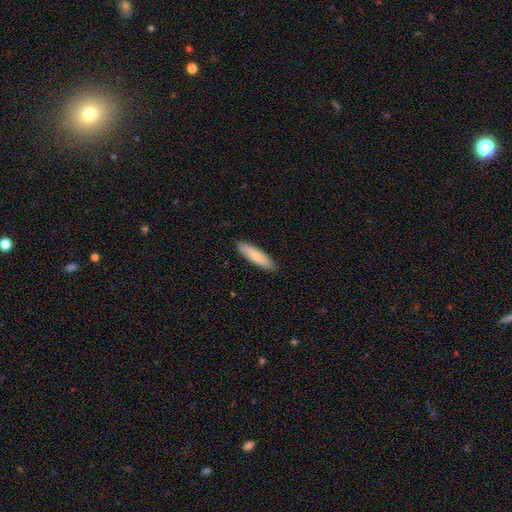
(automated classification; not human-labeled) Overall: smooth (76%). How rounded: cigar-shaped (63%; in between 35%). Merging: none (87%).